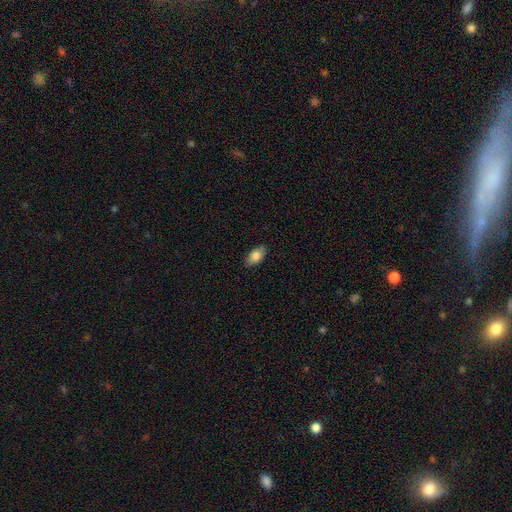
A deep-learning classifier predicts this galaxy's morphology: smooth_or_featured: smooth (p=0.83) [alt: featured or disk p=0.10]
how_rounded: in between (p=0.93) [alt: round p=0.04]
merging: none (p=0.88) [alt: minor disturbance p=0.09]